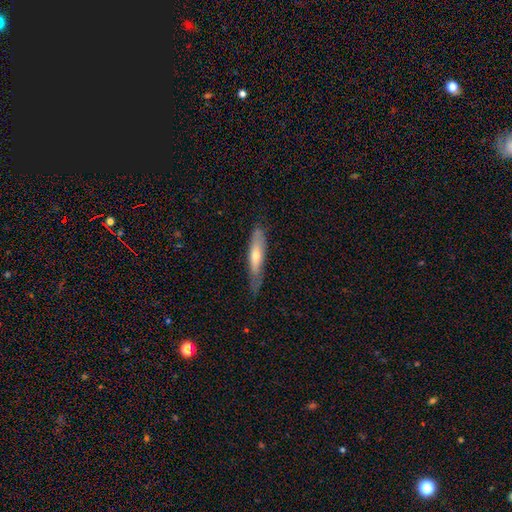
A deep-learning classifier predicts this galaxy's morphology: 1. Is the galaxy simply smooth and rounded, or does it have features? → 53% smooth, 41% featured or disk, 6% star or artifact.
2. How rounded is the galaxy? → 81% cigar-shaped, 18% in between, 1% round.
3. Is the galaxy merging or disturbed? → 68% none, 25% minor disturbance, 6% major disturbance, 1% merger.